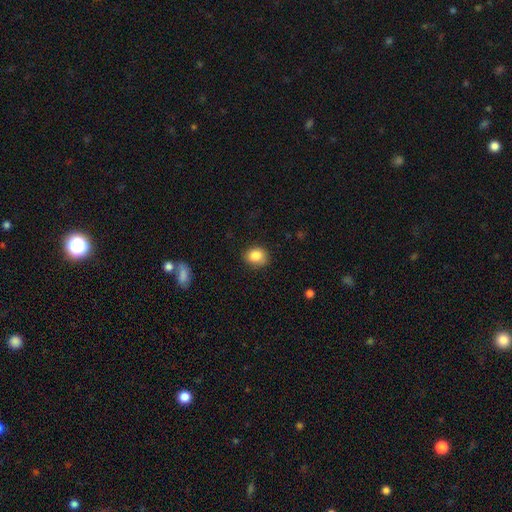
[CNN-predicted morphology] A smooth galaxy with no disk features (85%) that is round (55%). Merging: none (82%).